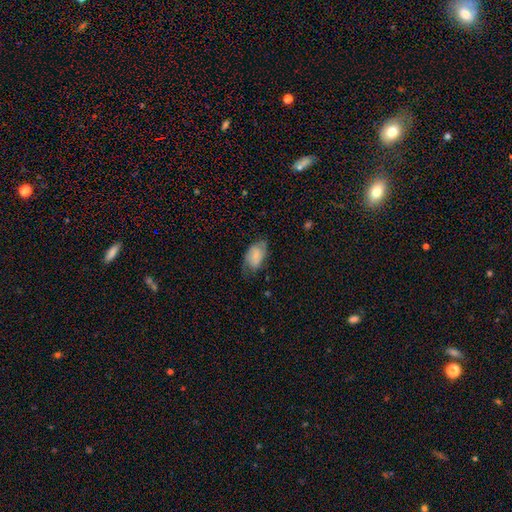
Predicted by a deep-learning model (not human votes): smooth 64%, featured or disk 28%, star or artifact 7%. Down the decision tree: how rounded — in between (92%); merging — none (58%).